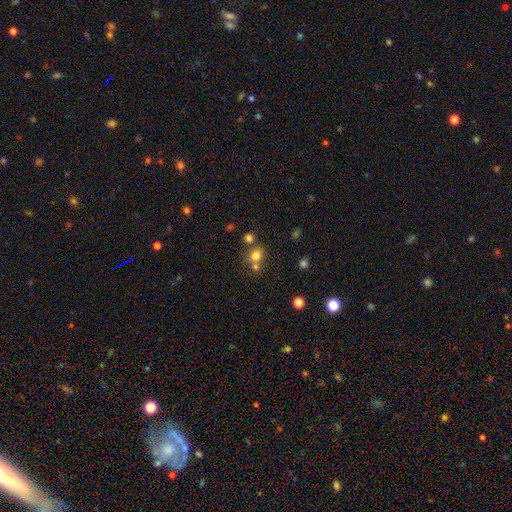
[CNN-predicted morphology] smooth_or_featured: smooth (p=0.75) [alt: star or artifact p=0.16]
how_rounded: round (p=0.82) [alt: in between p=0.17]
merging: none (p=0.56) [alt: merger p=0.31]